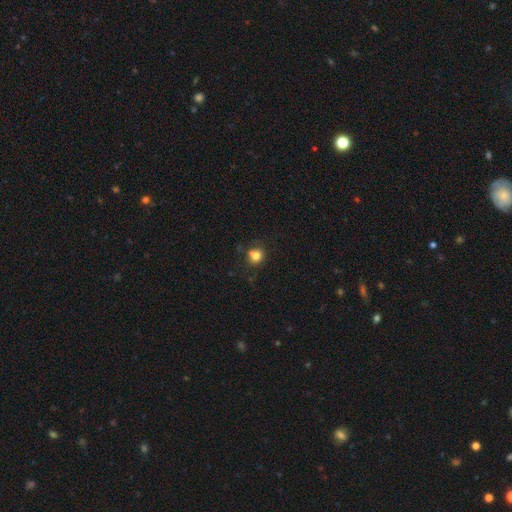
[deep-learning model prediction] smooth_or_featured: smooth (p=0.80) [alt: star or artifact p=0.12]
how_rounded: round (p=0.79) [alt: in between p=0.20]
merging: none (p=0.65) [alt: minor disturbance p=0.17]